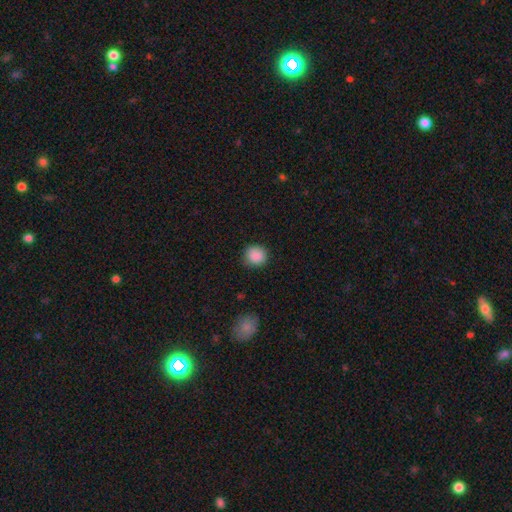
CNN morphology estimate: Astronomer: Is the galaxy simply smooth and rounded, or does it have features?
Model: smooth — 88%.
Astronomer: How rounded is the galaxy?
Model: round — 88%.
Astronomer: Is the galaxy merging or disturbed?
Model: none — 85%.